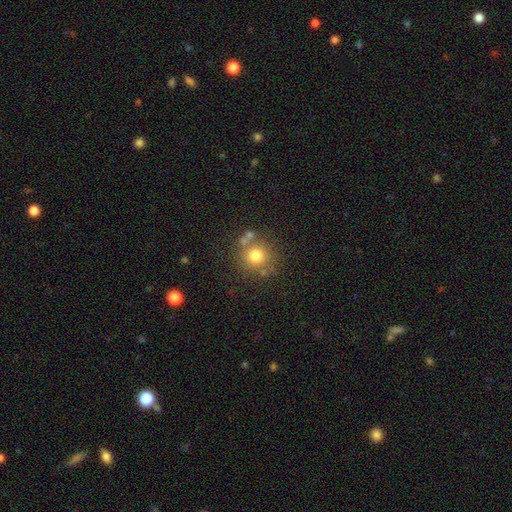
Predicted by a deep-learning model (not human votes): Smooth or featured? Predicted: smooth (p=0.76). How rounded? Predicted: round (p=0.91). Merging? Predicted: none (p=0.70).